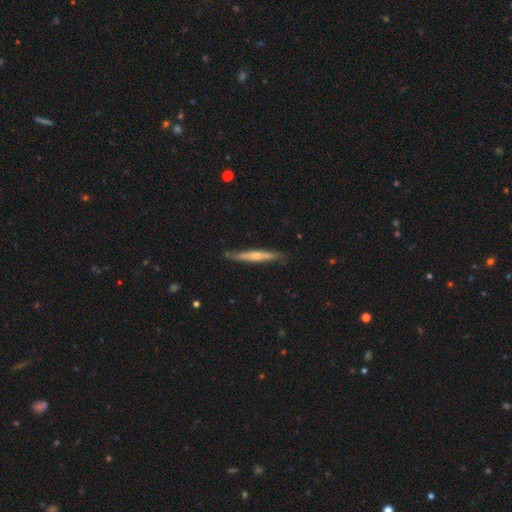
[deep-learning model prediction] Overall: featured or disk (63%; smooth 32%). Edge-on disk: yes (94%). Edge-on bulge: rounded (80%). Merging: none (81%).